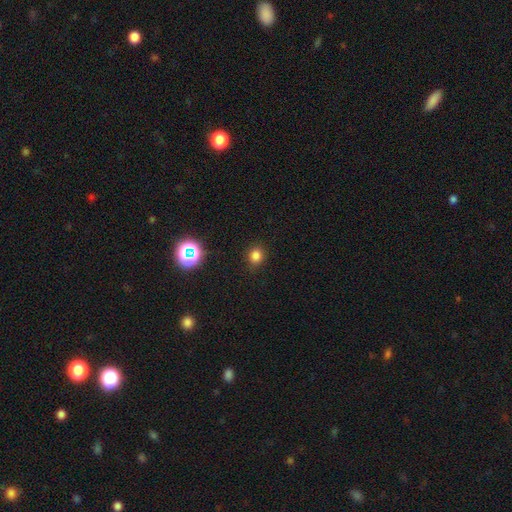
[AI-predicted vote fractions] Smooth or featured: smooth — 79% (star or artifact — 17%)
How rounded: round — 75% (in between — 24%)
Merging: none — 88% (minor disturbance — 9%)